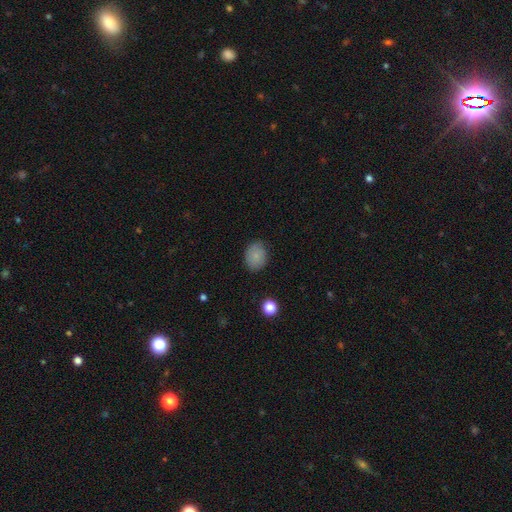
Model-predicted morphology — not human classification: Smooth or featured? smooth (80%)
How rounded? in between (58%)
Merging? none (77%)